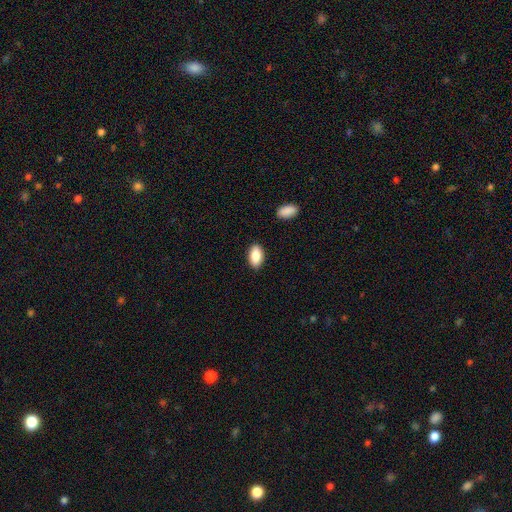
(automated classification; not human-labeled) smooth-or-featured: smooth: 87% | star or artifact: 7% | featured or disk: 6%
  how-rounded: in between: 93% | round: 4% | cigar-shaped: 3%
  merging: none: 88% | minor disturbance: 9% | major disturbance: 2% | merger: 2%